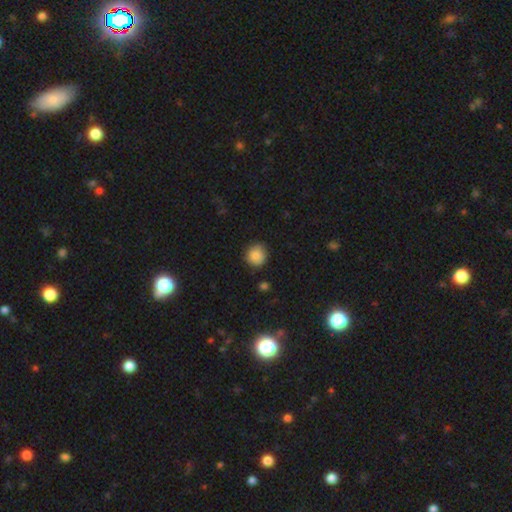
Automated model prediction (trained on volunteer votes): Smooth or featured: smooth — 86% (star or artifact — 9%)
How rounded: round — 90% (in between — 9%)
Merging: none — 85% (minor disturbance — 11%)